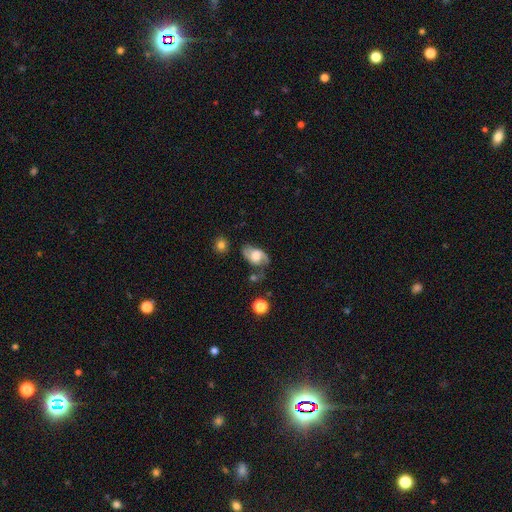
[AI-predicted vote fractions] A featured or disk galaxy (63%) with no bar (57%), 2 (85%) loose (45%) spiral arms (87%) and a large central bulge (43%). Merging: none (54%).